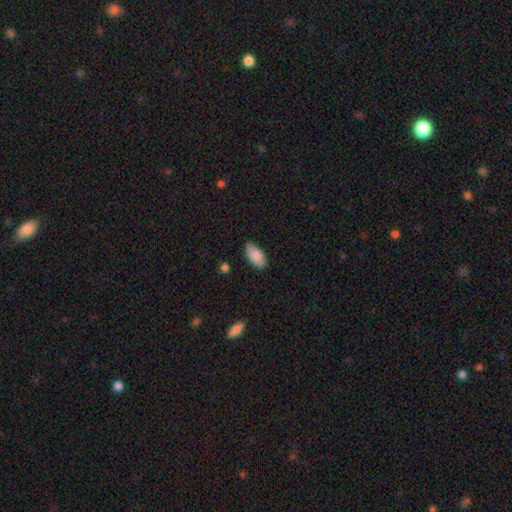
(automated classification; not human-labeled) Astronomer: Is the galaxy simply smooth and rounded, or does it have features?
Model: smooth — 85%.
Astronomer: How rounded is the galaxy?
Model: in between — 93%.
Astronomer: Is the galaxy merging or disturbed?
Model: none — 71%.